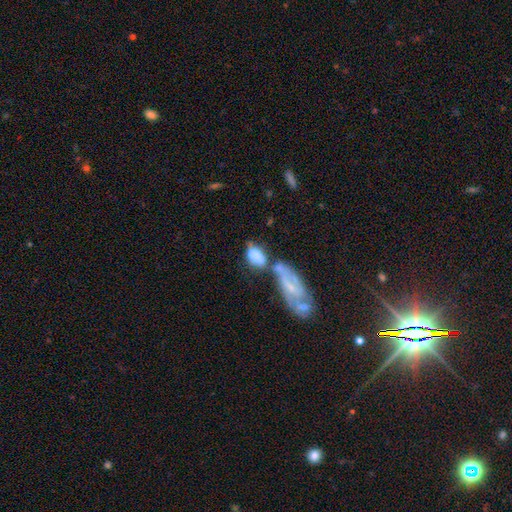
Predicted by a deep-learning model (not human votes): Q: Smooth or featured?
A: smooth (64%); runner-up: featured or disk (28%)
Q: How rounded?
A: in between (85%); runner-up: round (10%)
Q: Merging?
A: merger (58%); runner-up: none (18%)